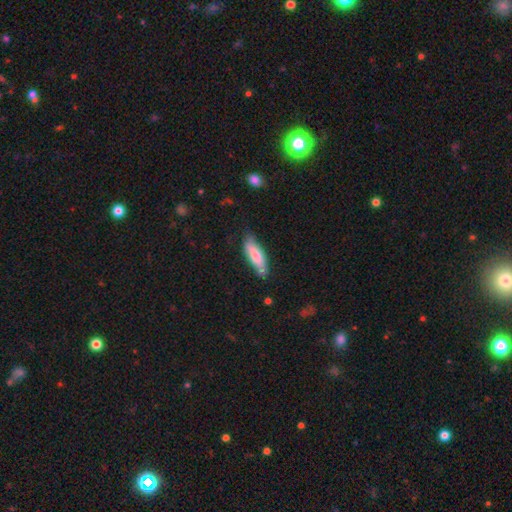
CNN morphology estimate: Q: Smooth or featured?
A: smooth (74%); runner-up: featured or disk (20%)
Q: How rounded?
A: cigar-shaped (53%); runner-up: in between (45%)
Q: Merging?
A: none (66%); runner-up: minor disturbance (25%)